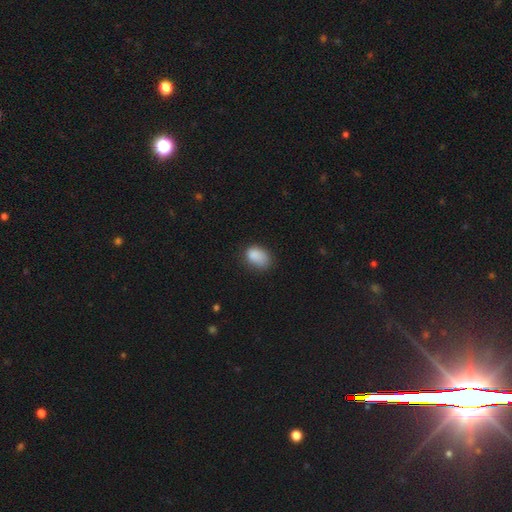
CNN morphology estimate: This appears to be a smooth galaxy with no disk features (85%) that is in between round and cigar-shaped (79%). Merging: none (56%).